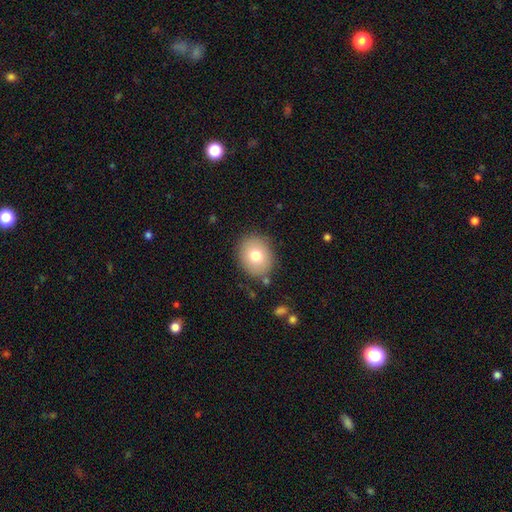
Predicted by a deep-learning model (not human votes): Smooth or featured? smooth (75%)
How rounded? round (62%)
Merging? none (85%)